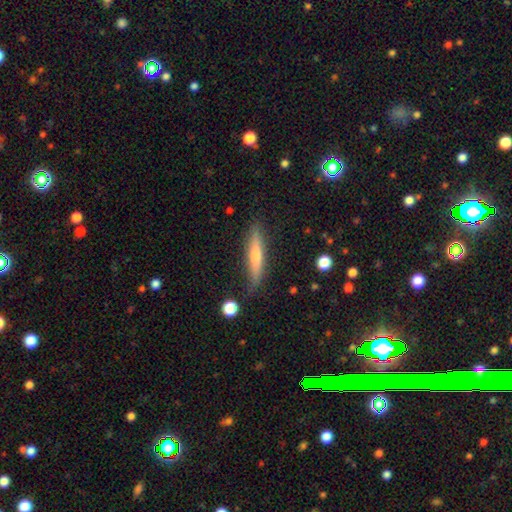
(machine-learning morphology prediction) smooth_or_featured: smooth (p=0.57) [alt: featured or disk p=0.36]
how_rounded: cigar-shaped (p=0.90) [alt: in between p=0.09]
merging: none (p=0.83) [alt: minor disturbance p=0.13]